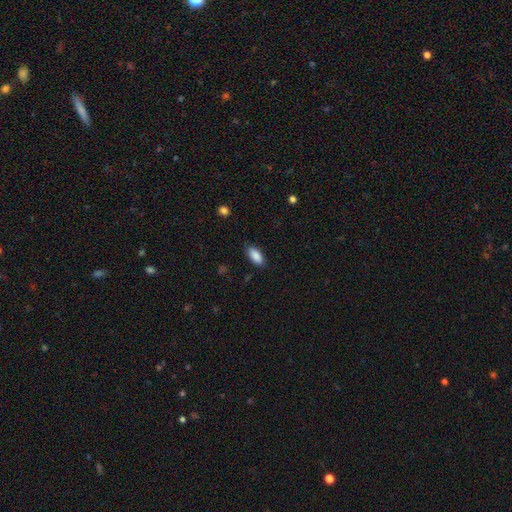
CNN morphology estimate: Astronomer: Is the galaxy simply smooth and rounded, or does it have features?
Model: smooth — 89%.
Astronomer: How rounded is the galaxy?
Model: in between — 91%.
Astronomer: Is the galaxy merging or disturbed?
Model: none — 85%.